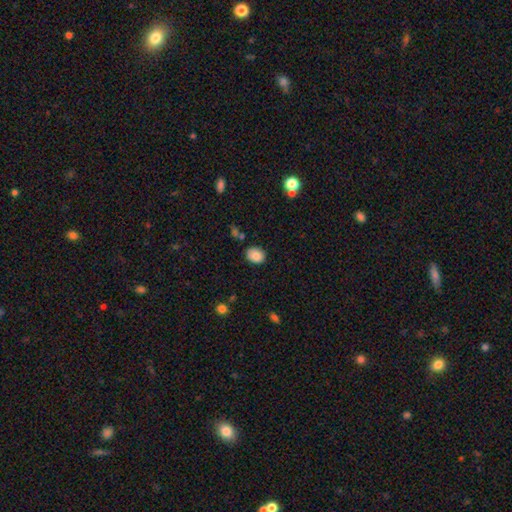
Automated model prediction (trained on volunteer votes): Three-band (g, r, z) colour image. It shows a smooth galaxy with no disk features (86%) that is in between round and cigar-shaped (55%). Merging: none (81%).